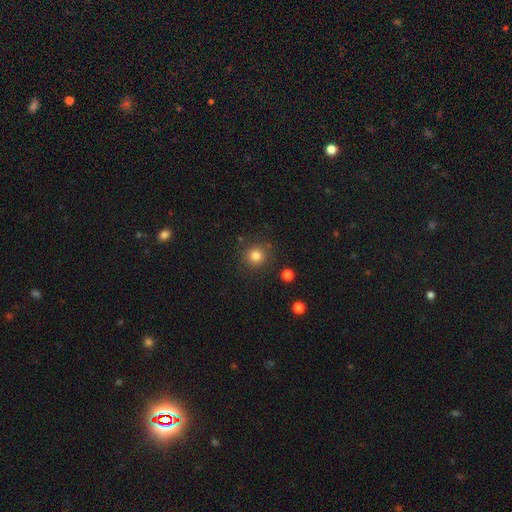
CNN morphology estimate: Q: Smooth or featured?
A: smooth (82%); runner-up: star or artifact (12%)
Q: How rounded?
A: round (92%); runner-up: in between (7%)
Q: Merging?
A: none (87%); runner-up: minor disturbance (7%)